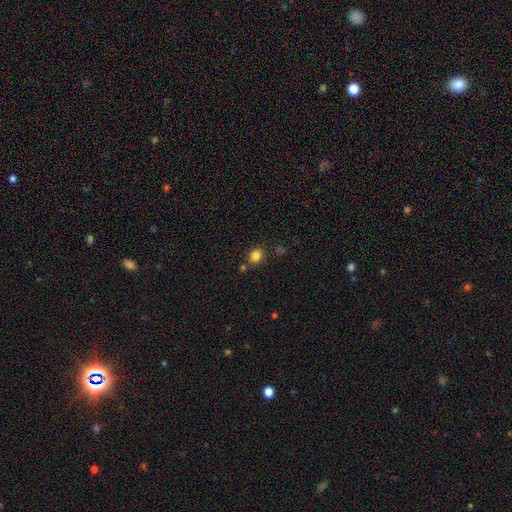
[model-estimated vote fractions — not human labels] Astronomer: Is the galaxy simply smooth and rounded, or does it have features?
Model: smooth — 83%.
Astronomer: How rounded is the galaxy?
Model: round — 56% (runner-up: in between, 44%).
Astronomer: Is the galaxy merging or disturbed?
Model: none — 78%.